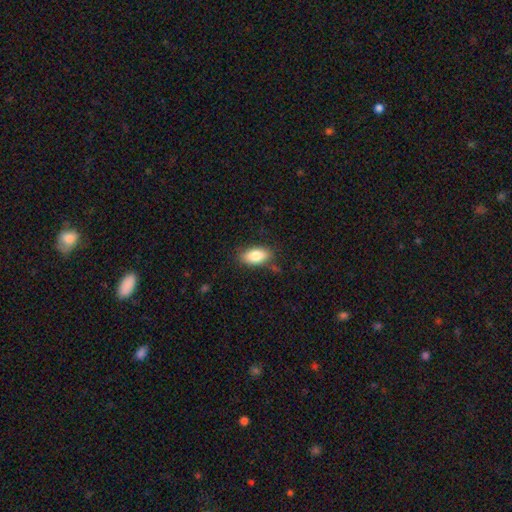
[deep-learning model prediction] A smooth galaxy with no disk features (83%) that is in between round and cigar-shaped (90%).

Vote fractions:
- Smooth or featured? smooth: 83% / featured or disk: 10% / star or artifact: 7%
- How rounded? in between: 90% / cigar-shaped: 5% / round: 4%
- Merging? none: 81% / minor disturbance: 14% / major disturbance: 3% / merger: 2%